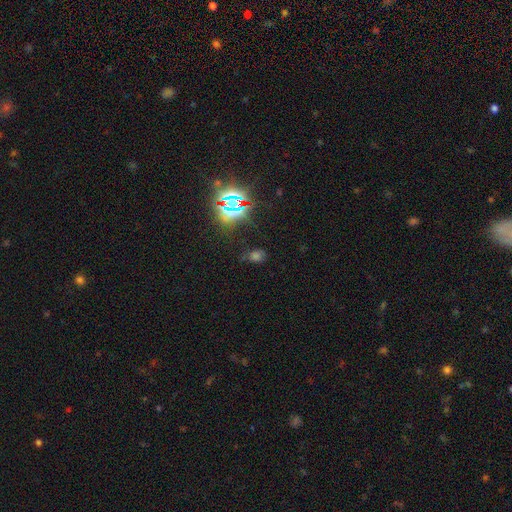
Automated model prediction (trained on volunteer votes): Q: Smooth or featured?
A: star or artifact (55%); runner-up: smooth (36%)